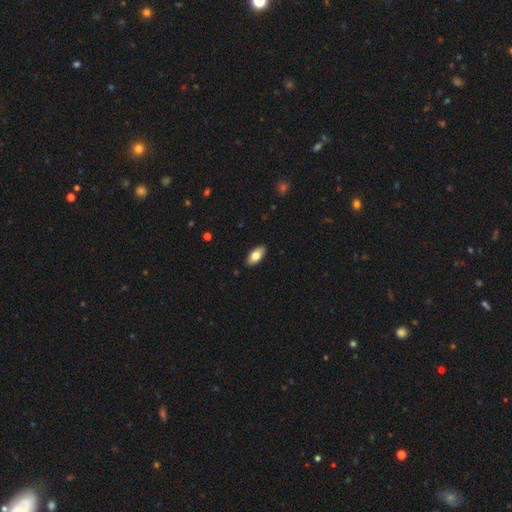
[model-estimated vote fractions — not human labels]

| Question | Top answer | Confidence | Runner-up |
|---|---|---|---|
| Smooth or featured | smooth | 76% | featured or disk (18%) |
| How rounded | in between | 90% | cigar-shaped (7%) |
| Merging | none | 89% | minor disturbance (8%) |